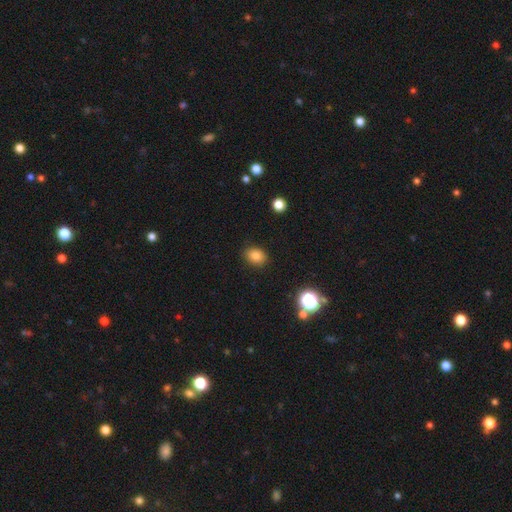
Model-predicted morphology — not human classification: A smooth galaxy with no disk features (83%) that is in between round and cigar-shaped (59%).

Vote fractions:
- Smooth or featured? smooth: 83% / star or artifact: 12% / featured or disk: 5%
- How rounded? in between: 59% / round: 40% / cigar-shaped: 1%
- Merging? none: 87% / minor disturbance: 9% / major disturbance: 3% / merger: 1%